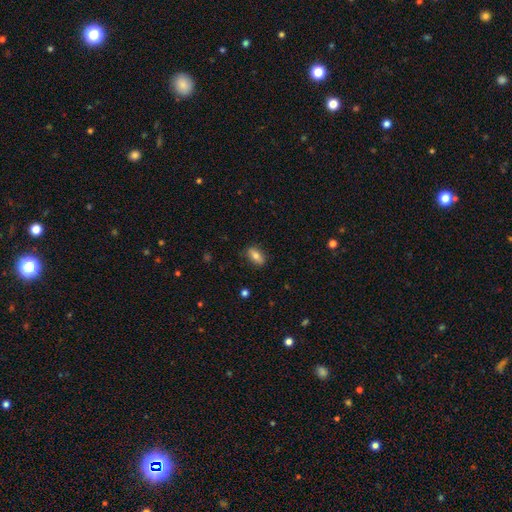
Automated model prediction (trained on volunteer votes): Smooth or featured? Predicted: smooth (p=0.75). How rounded? Predicted: in between (p=0.84). Merging? Predicted: none (p=0.85).